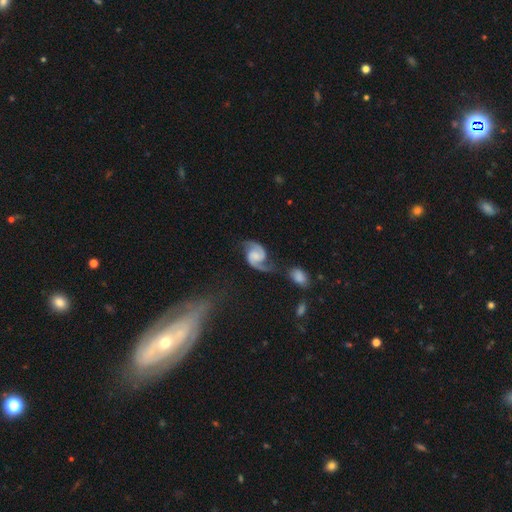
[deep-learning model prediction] smooth_or_featured: featured or disk (p=0.90) [alt: smooth p=0.06]
disk_edge_on: no (p=0.98) [alt: yes p=0.02]
bar: no (p=0.48) [alt: weak p=0.41]
has_spiral_arms: yes (p=0.98) [alt: no p=0.02]
spiral_winding: medium (p=0.52) [alt: loose p=0.32]
spiral_arm_count: 2 (p=0.93) [alt: 1 p=0.02]
bulge_size: none (p=0.37) [alt: small p=0.26]
merging: none (p=0.62) [alt: minor disturbance p=0.18]